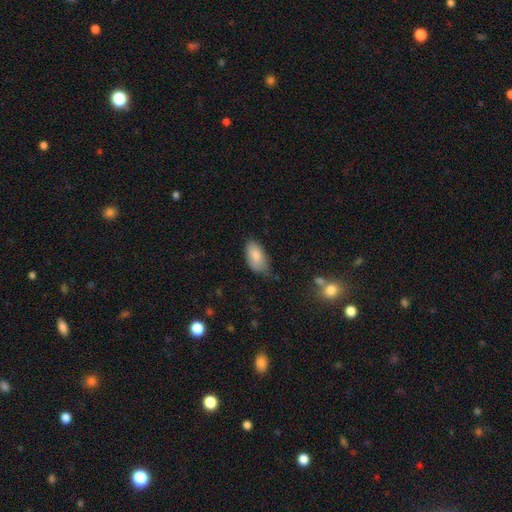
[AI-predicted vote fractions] A smooth galaxy with no disk features (84%) that is in between round and cigar-shaped (94%).

Vote fractions:
- Smooth or featured? smooth: 84% / featured or disk: 9% / star or artifact: 7%
- How rounded? in between: 94% / round: 3% / cigar-shaped: 3%
- Merging? none: 60% / minor disturbance: 32% / major disturbance: 6% / merger: 2%